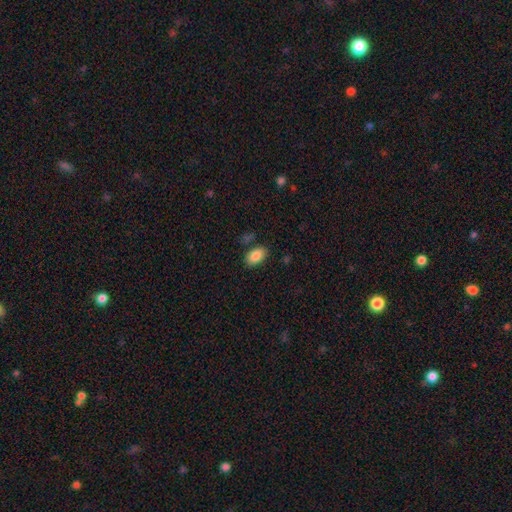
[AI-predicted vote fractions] This is clearly a smooth galaxy (87%). How rounded: clearly in between (92%). Merging: clearly none (83%).